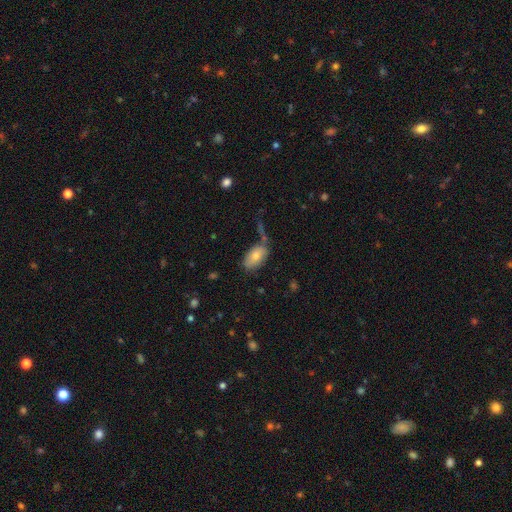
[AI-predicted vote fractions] This is likely a smooth galaxy (78%). How rounded: clearly in between (93%). Merging: likely none (67%).